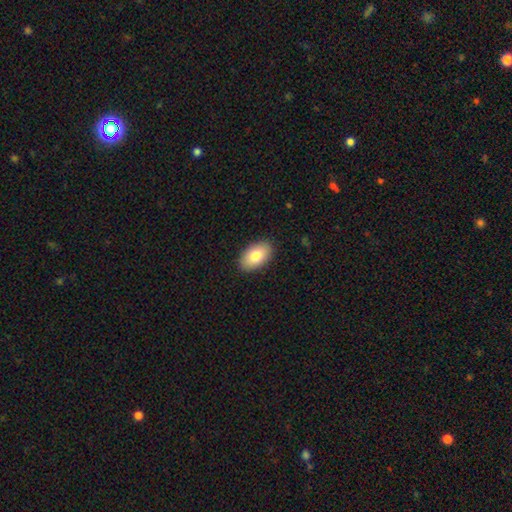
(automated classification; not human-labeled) smooth_or_featured: smooth (p=0.81) [alt: featured or disk p=0.12]
how_rounded: in between (p=0.94) [alt: round p=0.04]
merging: none (p=0.89) [alt: minor disturbance p=0.08]